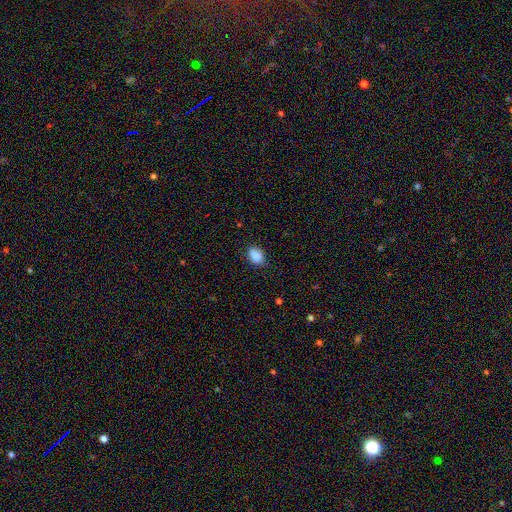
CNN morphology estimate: Smooth or featured? Predicted: smooth (p=0.88). How rounded? Predicted: in between (p=0.81). Merging? Predicted: none (p=0.79).